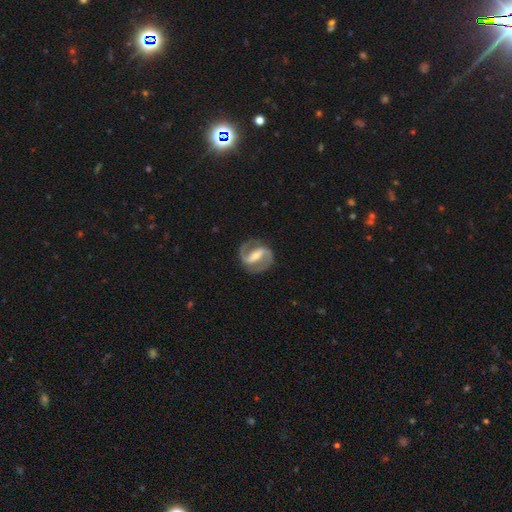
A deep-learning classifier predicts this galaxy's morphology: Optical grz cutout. It shows a featured or disk galaxy (90%) with a strong bar (64%), 2 (93%) medium (56%) spiral arms (96%) and a moderate central bulge (48%). Merging: none (85%).